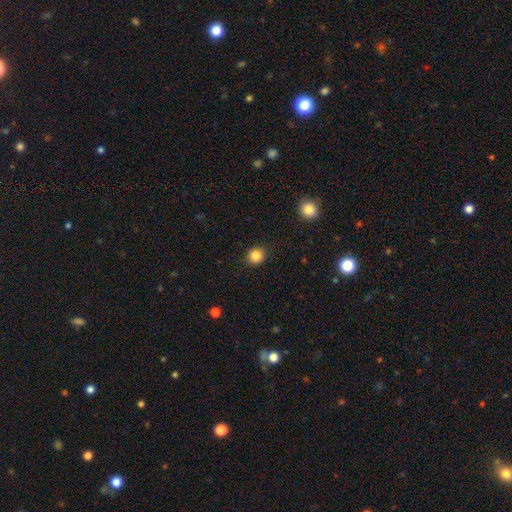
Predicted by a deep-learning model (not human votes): This is clearly a smooth galaxy (86%). How rounded: clearly round (88%). Merging: clearly none (90%).